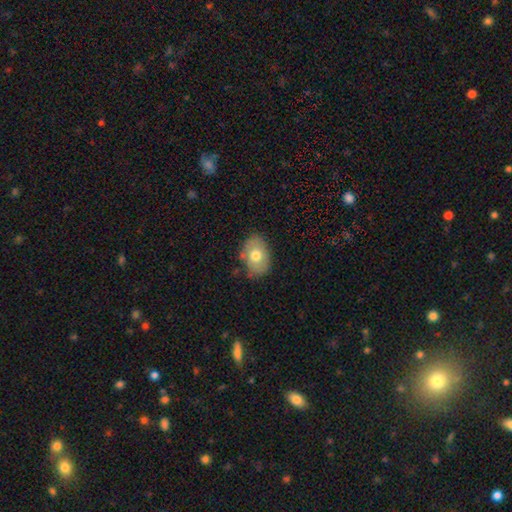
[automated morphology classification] Smooth or featured: smooth — 70% (featured or disk — 22%)
How rounded: in between — 79% (round — 20%)
Merging: none — 76% (minor disturbance — 18%)